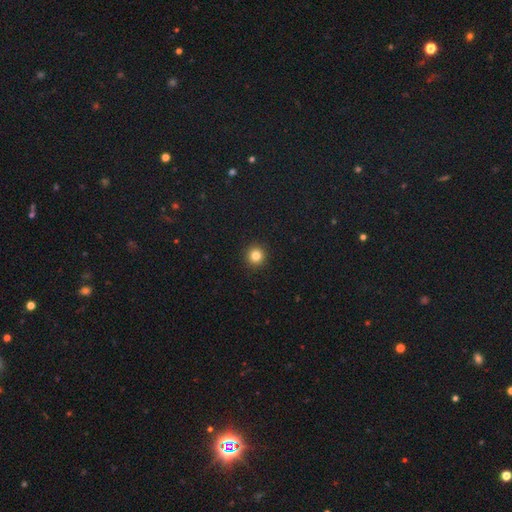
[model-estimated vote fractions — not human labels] Smooth or featured?
  - smooth: 83% *
  - star or artifact: 12%
  - featured or disk: 5%
How rounded?
  - round: 95% *
  - in between: 4%
  - cigar-shaped: 1%
Merging?
  - none: 93% *
  - minor disturbance: 4%
  - major disturbance: 2%
  - merger: 1%